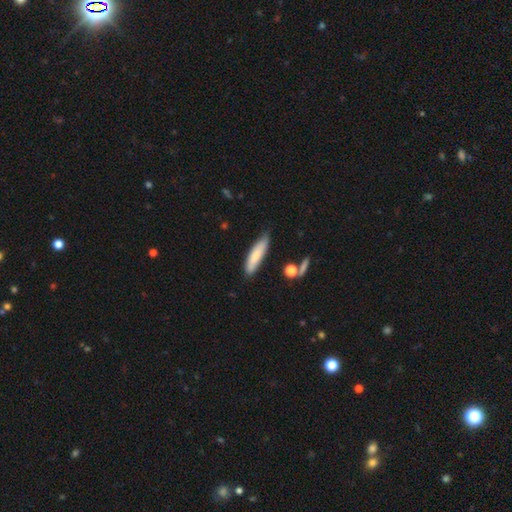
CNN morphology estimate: Smooth or featured?
  - smooth: 75% *
  - featured or disk: 19%
  - star or artifact: 6%
How rounded?
  - cigar-shaped: 70% *
  - in between: 28%
  - round: 2%
Merging?
  - none: 72% *
  - minor disturbance: 21%
  - major disturbance: 4%
  - merger: 3%